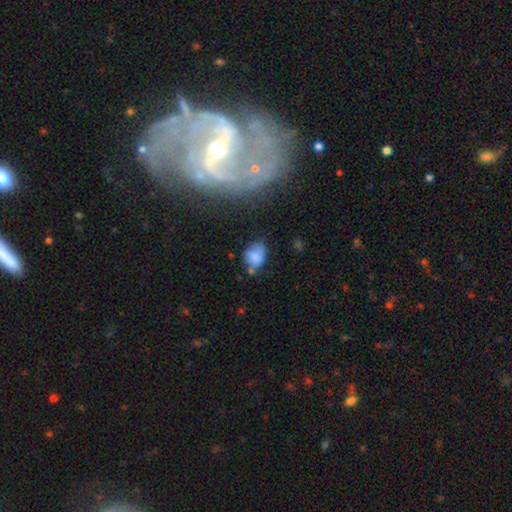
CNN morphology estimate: A smooth galaxy with no disk features (77%) that is in between round and cigar-shaped (62%). Merging: none (49%).